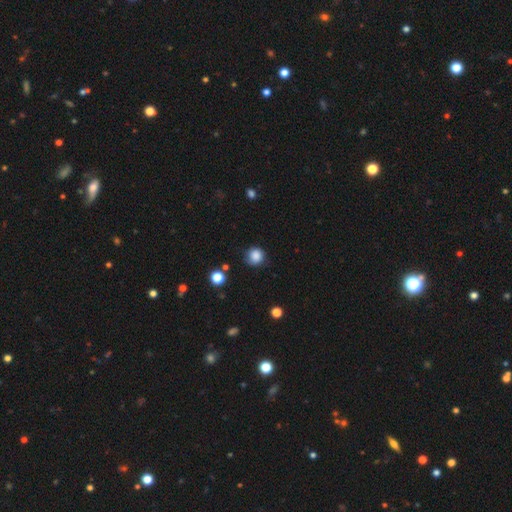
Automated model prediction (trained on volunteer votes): A smooth galaxy with no disk features (85%) that is round (90%). Merging: none (79%).